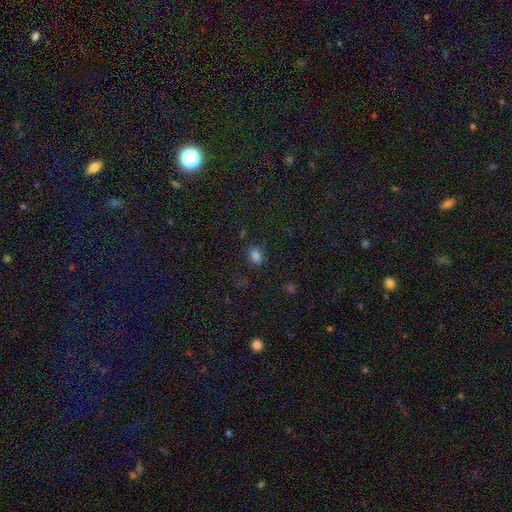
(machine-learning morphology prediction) A smooth galaxy with no disk features (79%) that is in between round and cigar-shaped (64%).

Vote fractions:
- Smooth or featured? smooth: 79% / star or artifact: 16% / featured or disk: 5%
- How rounded? in between: 64% / round: 35% / cigar-shaped: 1%
- Merging? none: 77% / minor disturbance: 16% / major disturbance: 5% / merger: 3%